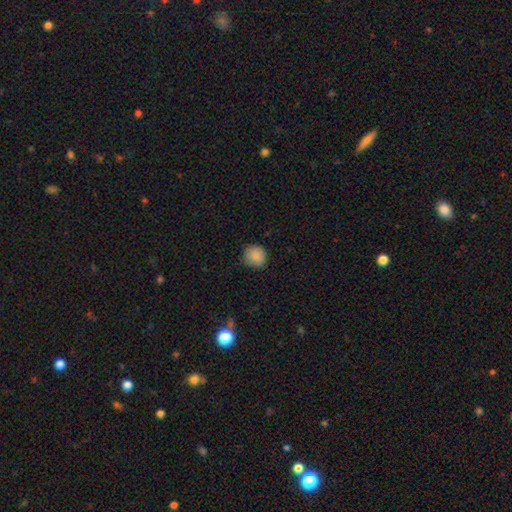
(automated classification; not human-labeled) Smooth or featured? smooth (86%)
How rounded? round (87%)
Merging? none (79%)